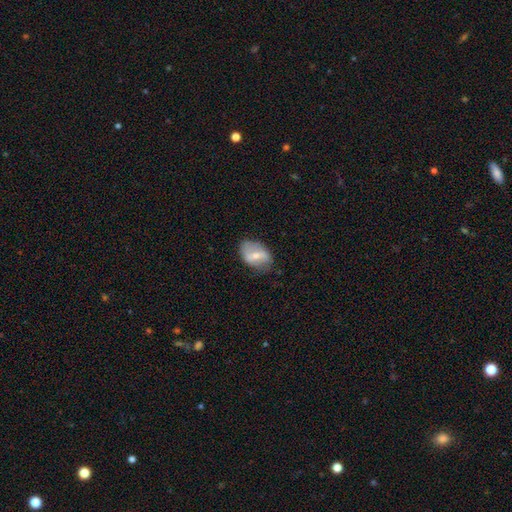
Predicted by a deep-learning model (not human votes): smooth-or-featured: featured or disk: 50% | smooth: 43% | star or artifact: 7%
  disk-edge-on: no: 94% | yes: 6%
  merging: none: 69% | minor disturbance: 23% | major disturbance: 7% | merger: 1%